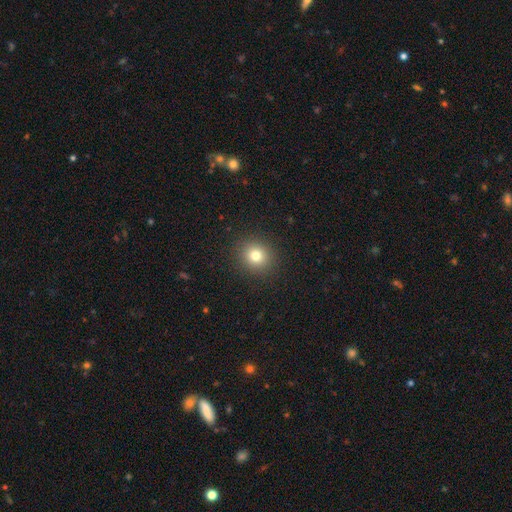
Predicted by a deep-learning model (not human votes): Smooth or featured? Predicted: smooth (p=0.78). How rounded? Predicted: round (p=0.85). Merging? Predicted: none (p=0.91).